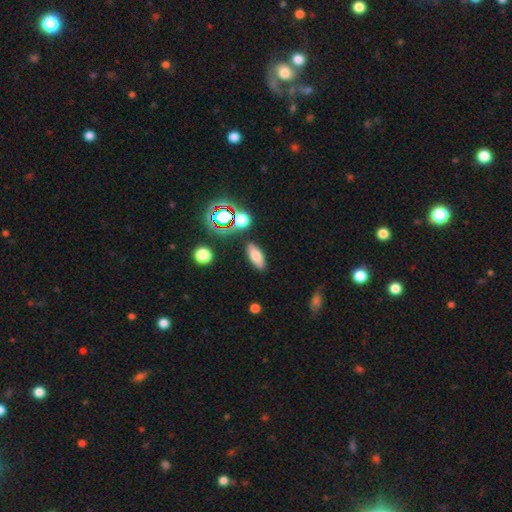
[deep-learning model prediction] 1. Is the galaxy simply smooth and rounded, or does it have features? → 73% smooth, 14% featured or disk, 13% star or artifact.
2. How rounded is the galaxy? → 76% in between, 19% cigar-shaped, 5% round.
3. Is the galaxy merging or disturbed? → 84% none, 10% minor disturbance, 3% merger, 3% major disturbance.